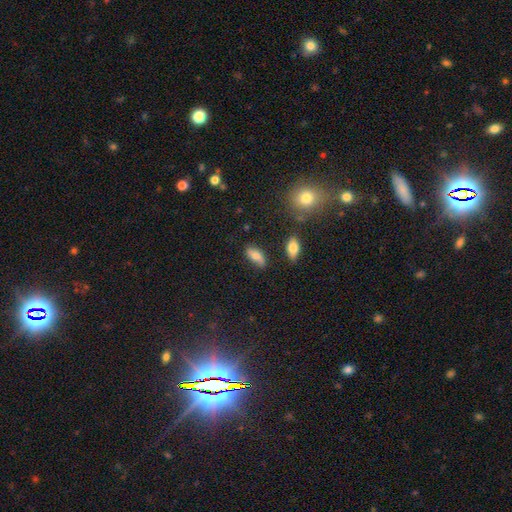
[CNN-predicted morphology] Smooth or featured?
  - smooth: 75% *
  - featured or disk: 16%
  - star or artifact: 9%
How rounded?
  - in between: 86% *
  - cigar-shaped: 11%
  - round: 3%
Merging?
  - none: 69% *
  - minor disturbance: 22%
  - major disturbance: 6%
  - merger: 4%